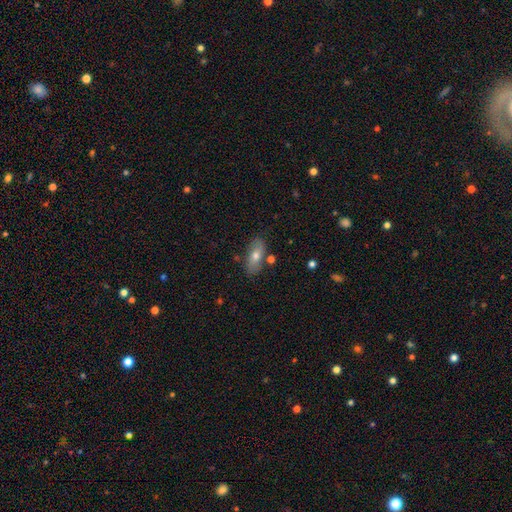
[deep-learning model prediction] This appears to be a smooth galaxy with no disk features (65%) that is in between round and cigar-shaped (83%). Merging: none (79%).